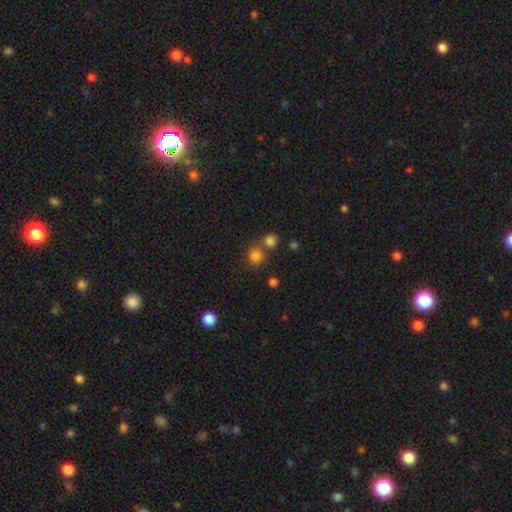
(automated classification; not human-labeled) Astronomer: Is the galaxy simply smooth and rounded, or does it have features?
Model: smooth — 79%.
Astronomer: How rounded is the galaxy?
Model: round — 87%.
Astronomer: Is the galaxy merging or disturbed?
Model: none — 61%.